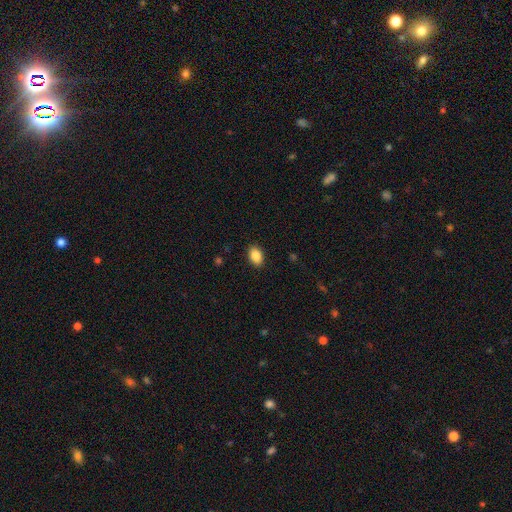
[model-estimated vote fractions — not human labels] smooth-or-featured: smooth: 88% | star or artifact: 8% | featured or disk: 4%
  how-rounded: in between: 85% | round: 14% | cigar-shaped: 1%
  merging: none: 89% | minor disturbance: 8% | major disturbance: 2% | merger: 1%